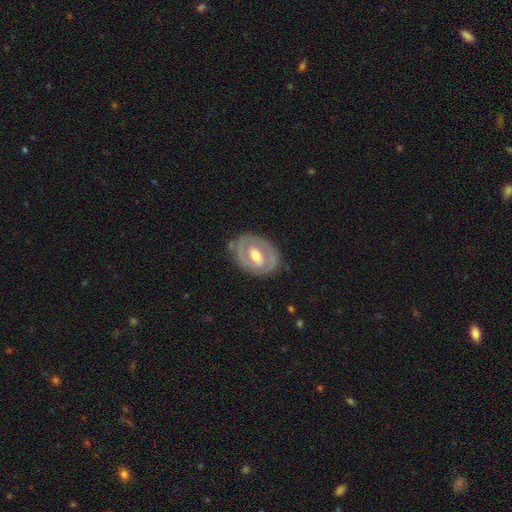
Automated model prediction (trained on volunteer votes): Smooth or featured?
  - featured or disk: 74% *
  - smooth: 21%
  - star or artifact: 5%
Edge-on disk?
  - no: 95% *
  - yes: 5%
Bar?
  - weak: 43% *
  - no: 29%
  - strong: 28%
Spiral arms?
  - yes: 59% *
  - no: 41%
Bulge size?
  - moderate: 70% *
  - small: 15%
  - large: 13%
  - none: 1%
  - dominant: 1%
Merging?
  - none: 79% *
  - minor disturbance: 15%
  - major disturbance: 5%
  - merger: 1%